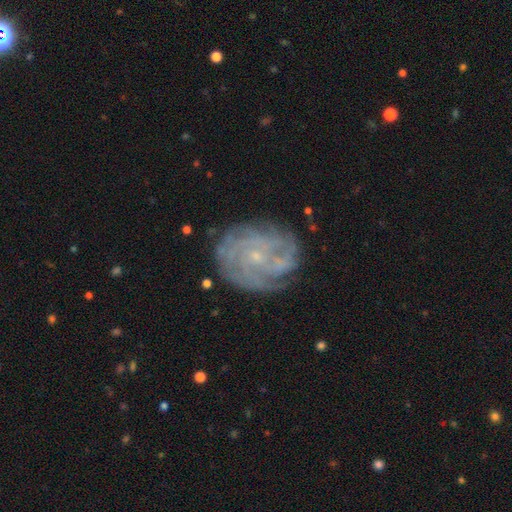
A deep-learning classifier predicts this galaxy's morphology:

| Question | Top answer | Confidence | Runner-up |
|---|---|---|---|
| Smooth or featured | featured or disk | 80% | smooth (11%) |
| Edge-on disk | no | 97% | yes (3%) |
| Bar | no | 75% | weak (21%) |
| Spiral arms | yes | 93% | no (7%) |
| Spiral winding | tight | 70% | medium (24%) |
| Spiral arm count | can't tell | 36% | 4 (21%) |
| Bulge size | small | 82% | moderate (12%) |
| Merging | none | 76% | minor disturbance (16%) |